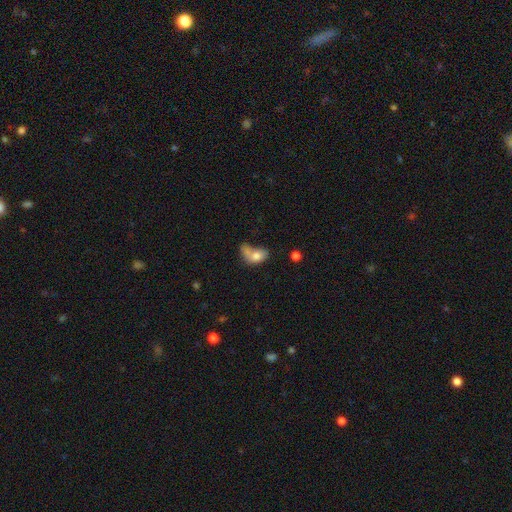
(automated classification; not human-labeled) smooth 72%, featured or disk 19%, star or artifact 10%. Down the decision tree: how rounded — in between (82%); merging — merger (39%).